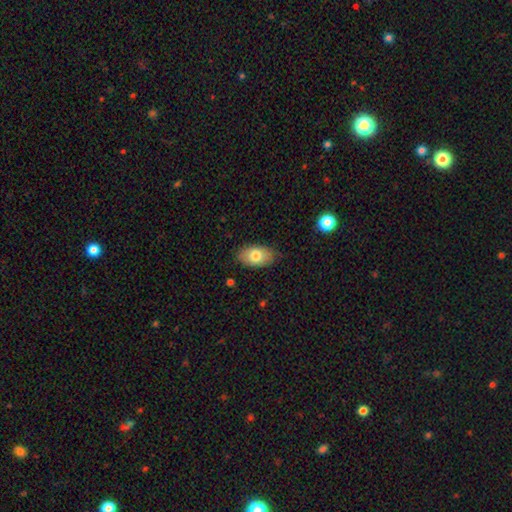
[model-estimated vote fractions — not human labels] smooth 77%, featured or disk 16%, star or artifact 7%. Down the decision tree: how rounded — in between (92%); merging — none (84%).